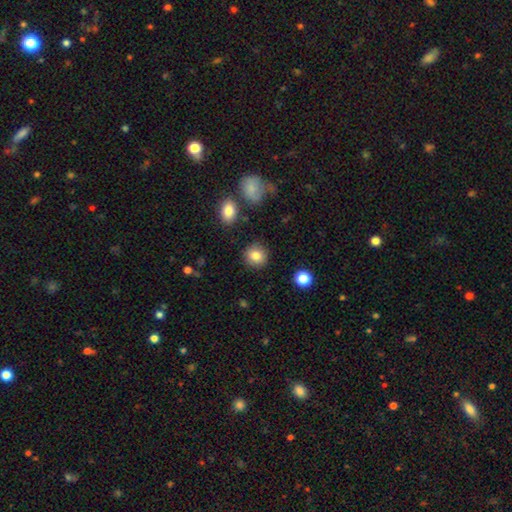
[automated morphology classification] The model was most divided on "smooth or featured": smooth: 84%, star or artifact: 9%, featured or disk: 7%. More confident: merging — none (88%); how rounded — round (87%).